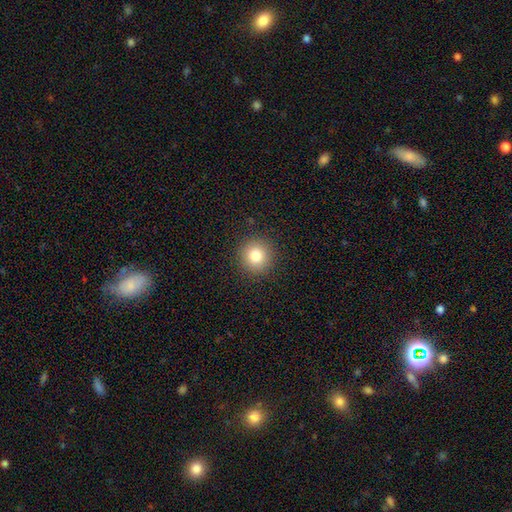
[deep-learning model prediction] Smooth or featured: smooth — 81% (star or artifact — 11%)
How rounded: round — 94% (in between — 5%)
Merging: none — 91% (minor disturbance — 6%)